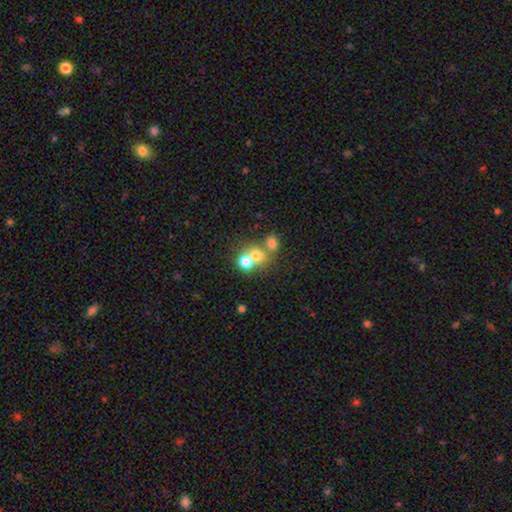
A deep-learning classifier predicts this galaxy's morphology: The model was most divided on "merging": merger: 53%, none: 36%, minor disturbance: 7%, major disturbance: 5%. More confident: how rounded — round (72%); smooth or featured — smooth (67%).